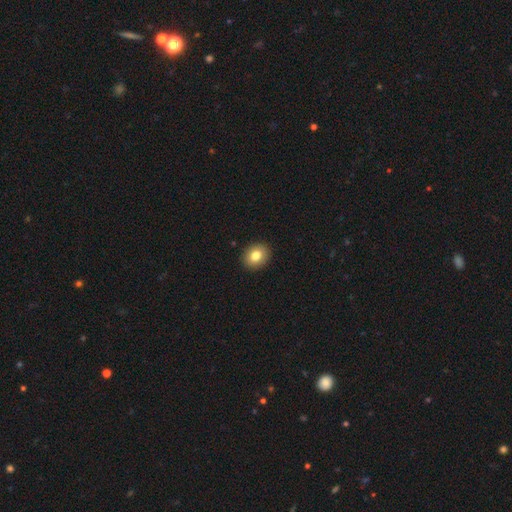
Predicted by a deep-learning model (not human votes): Smooth or featured: smooth — 81% (featured or disk — 10%)
How rounded: round — 60% (in between — 39%)
Merging: none — 92% (minor disturbance — 6%)